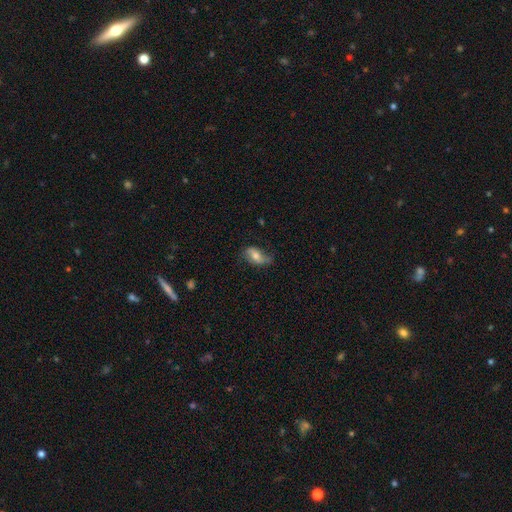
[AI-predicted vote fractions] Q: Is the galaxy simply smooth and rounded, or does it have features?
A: smooth — 52%.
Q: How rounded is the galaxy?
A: in between — 88%.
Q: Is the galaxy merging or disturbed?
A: none — 57%.